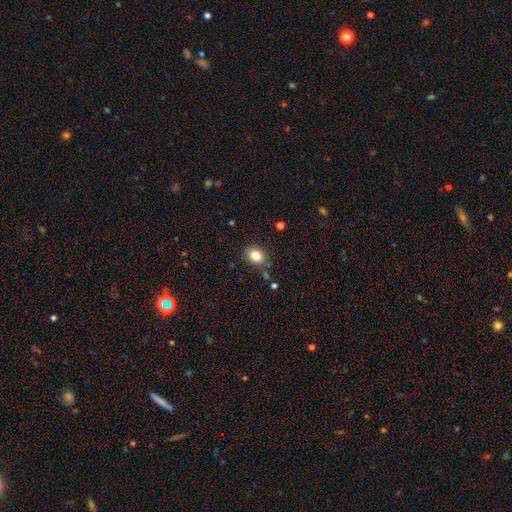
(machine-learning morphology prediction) type=smooth (84%); roundness=in between (61%); merging=none (80%).